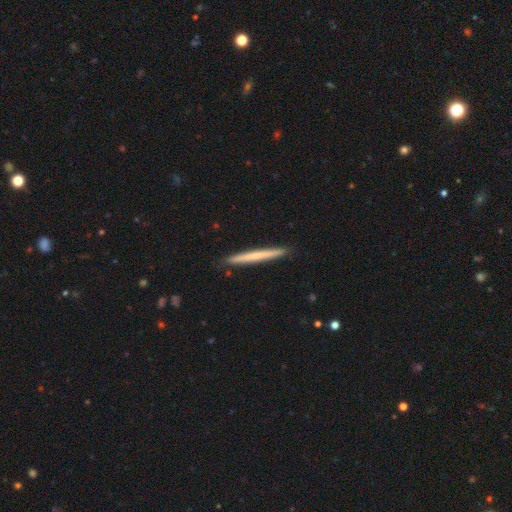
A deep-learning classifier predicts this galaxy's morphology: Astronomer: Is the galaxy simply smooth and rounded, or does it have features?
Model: smooth — 56% (runner-up: featured or disk, 39%).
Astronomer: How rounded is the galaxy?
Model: cigar-shaped — 97%.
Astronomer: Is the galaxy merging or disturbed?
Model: none — 92%.